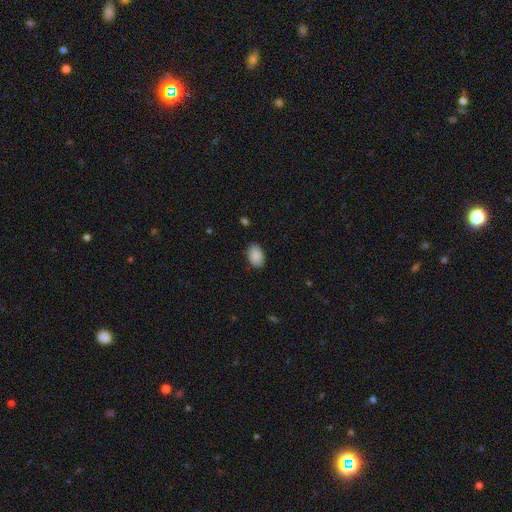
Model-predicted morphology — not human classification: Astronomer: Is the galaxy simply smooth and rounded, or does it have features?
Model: smooth — 89%.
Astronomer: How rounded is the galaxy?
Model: in between — 89%.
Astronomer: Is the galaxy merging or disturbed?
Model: none — 84%.